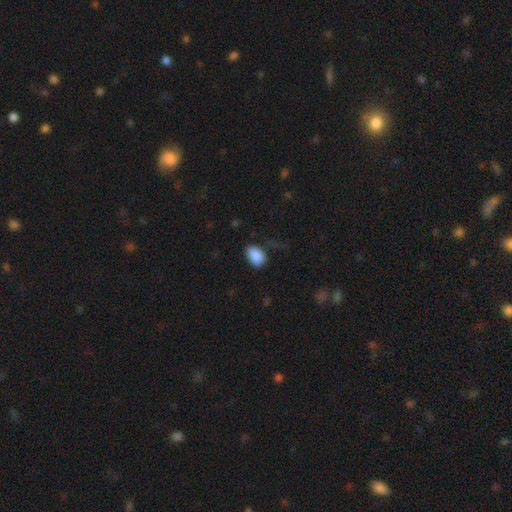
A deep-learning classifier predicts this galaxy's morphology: Smooth or featured: smooth — 89% (star or artifact — 8%)
How rounded: in between — 87% (round — 12%)
Merging: none — 73% (minor disturbance — 20%)